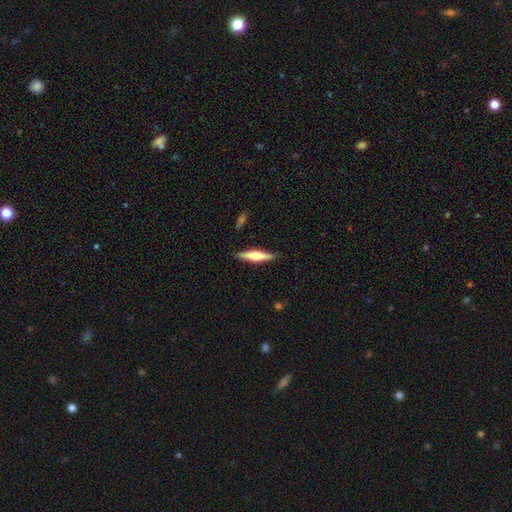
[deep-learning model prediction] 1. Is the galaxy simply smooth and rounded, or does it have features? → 56% featured or disk, 39% smooth, 6% star or artifact.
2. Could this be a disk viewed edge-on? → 97% yes, 3% no.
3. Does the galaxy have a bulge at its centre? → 85% rounded, 10% boxy, 5% none.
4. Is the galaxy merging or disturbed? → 89% none, 8% minor disturbance, 2% major disturbance, 1% merger.